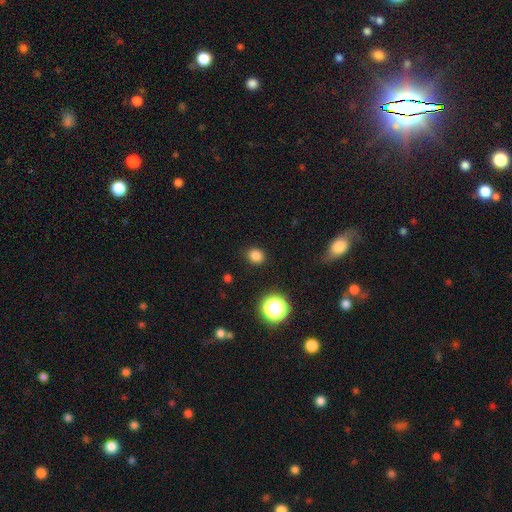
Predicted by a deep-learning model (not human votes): The model was most divided on "how rounded": round: 72%, in between: 27%, cigar-shaped: 1%. More confident: merging — none (87%); smooth or featured — smooth (81%).